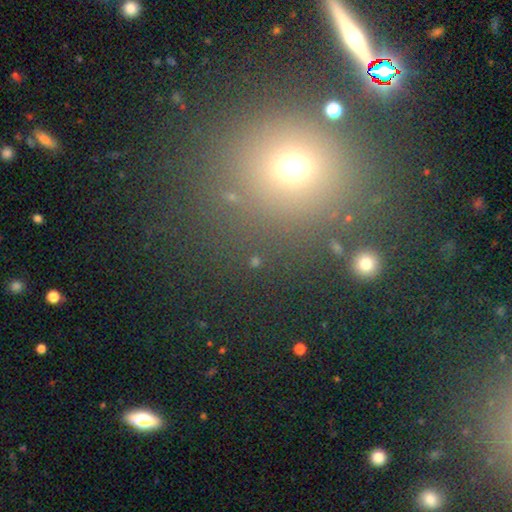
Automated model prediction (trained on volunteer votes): This appears to be a smooth galaxy with no disk features (54%) that is round (81%). Merging: none (82%).